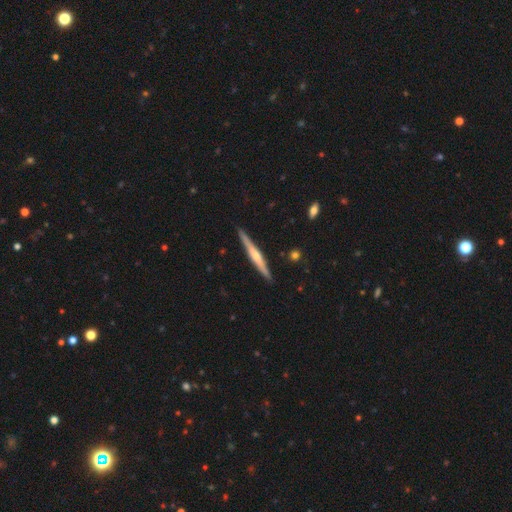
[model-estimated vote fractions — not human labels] The model was most divided on "smooth or featured": featured or disk: 66%, smooth: 28%, star or artifact: 5%. More confident: edge-on disk — yes (98%); merging — none (90%); edge-on bulge — rounded (66%).